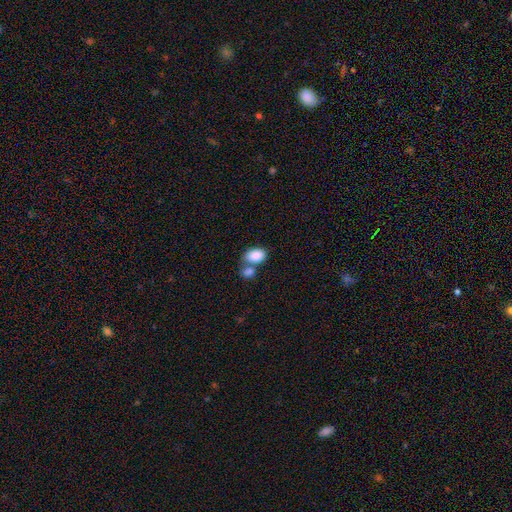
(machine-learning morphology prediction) This appears to be a smooth galaxy with no disk features (86%) that is in between round and cigar-shaped (87%). Merging: merger (44%).